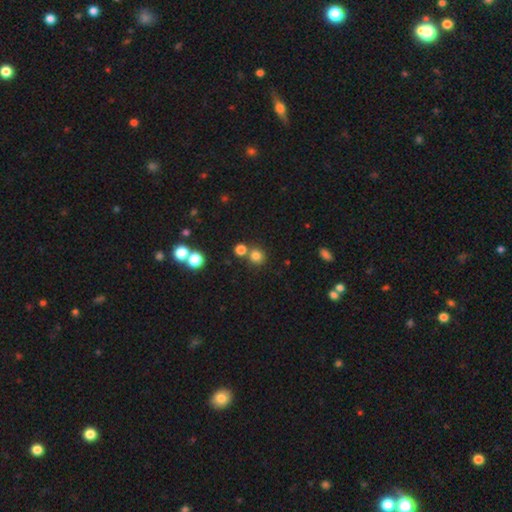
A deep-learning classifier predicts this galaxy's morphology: A smooth galaxy with no disk features (78%) that is round (89%).

Vote fractions:
- Smooth or featured? smooth: 78% / star or artifact: 16% / featured or disk: 6%
- How rounded? round: 89% / in between: 10% / cigar-shaped: 1%
- Merging? none: 70% / merger: 20% / minor disturbance: 7% / major disturbance: 3%